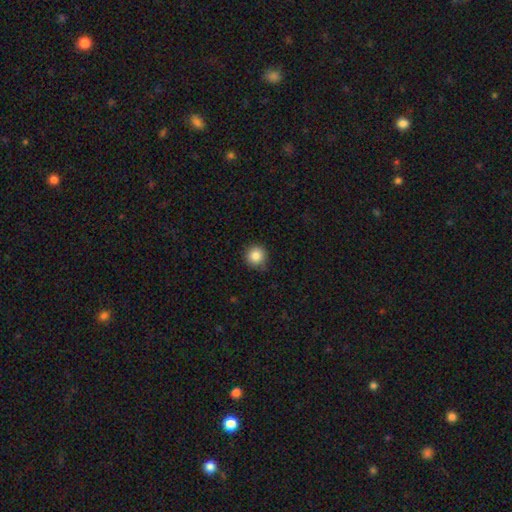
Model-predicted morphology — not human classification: Smooth or featured: smooth — 86% (star or artifact — 10%)
How rounded: round — 94% (in between — 5%)
Merging: none — 85% (minor disturbance — 11%)